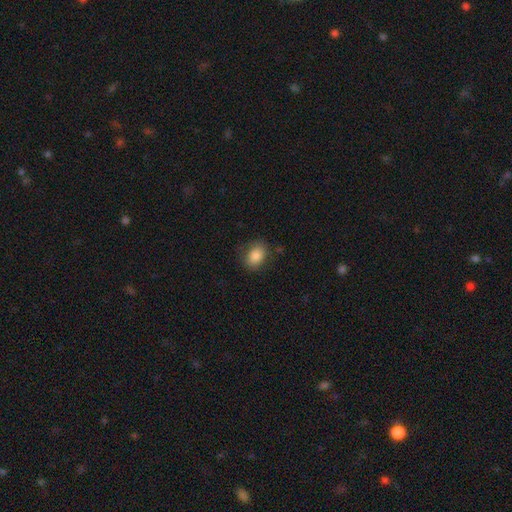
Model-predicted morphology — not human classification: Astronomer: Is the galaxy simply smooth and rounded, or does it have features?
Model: smooth — 84%.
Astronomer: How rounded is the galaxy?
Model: in between — 69%.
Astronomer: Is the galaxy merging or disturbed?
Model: none — 78%.